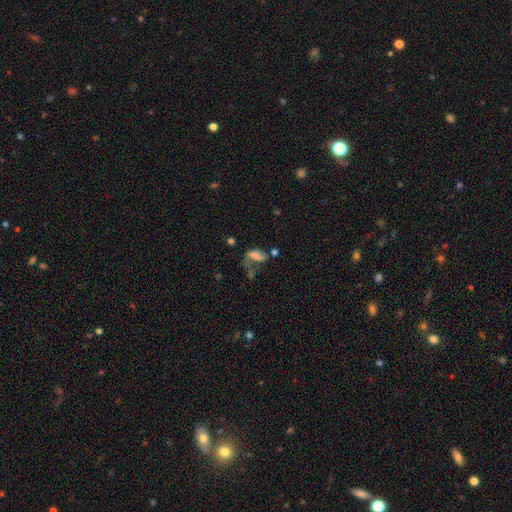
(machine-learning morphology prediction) Smooth or featured? featured or disk (45%)
Merging? major disturbance (38%)